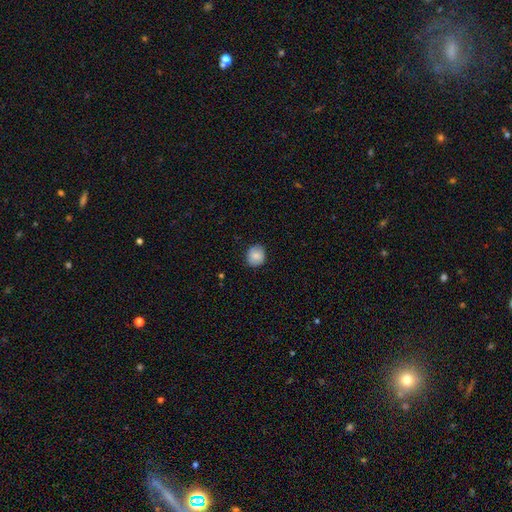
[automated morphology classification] Smooth or featured? Predicted: smooth (p=0.84). How rounded? Predicted: round (p=0.72). Merging? Predicted: none (p=0.84).